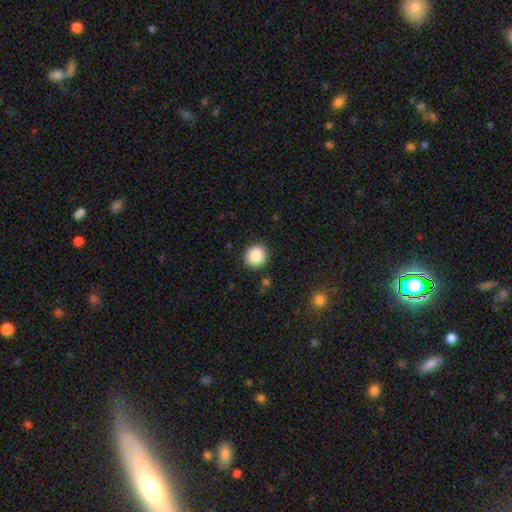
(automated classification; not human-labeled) smooth-or-featured: smooth: 87% | star or artifact: 9% | featured or disk: 4%
  how-rounded: round: 92% | in between: 7% | cigar-shaped: 1%
  merging: none: 91% | minor disturbance: 6% | major disturbance: 2% | merger: 1%